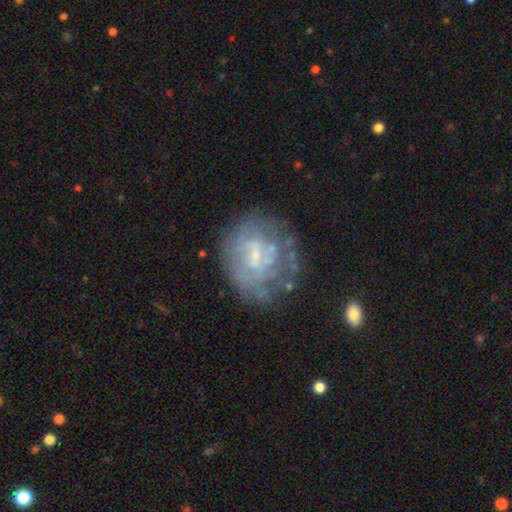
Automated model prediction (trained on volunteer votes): featured or disk 66%, smooth 24%, star or artifact 10%. Down the decision tree: edge-on disk — no (98%); bar — no (47%); spiral arms — no (55%); bulge size — small (49%); merging — none (56%).